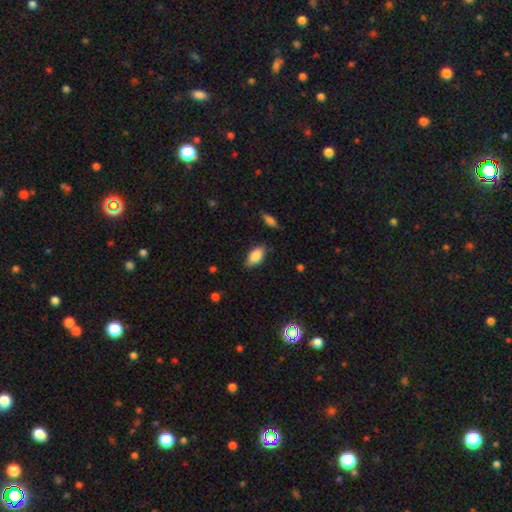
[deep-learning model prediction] Smooth or featured? Predicted: smooth (p=0.86). How rounded? Predicted: in between (p=0.92). Merging? Predicted: none (p=0.80).